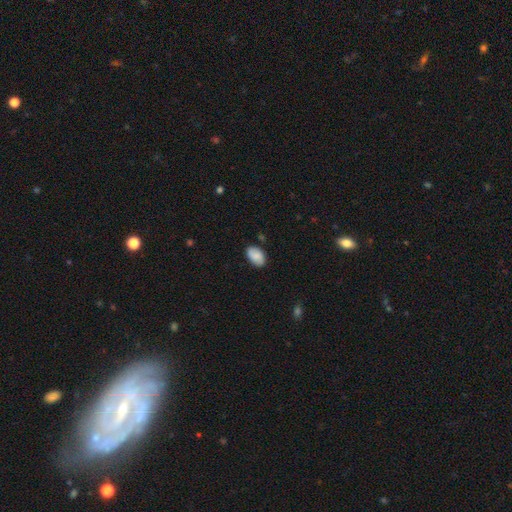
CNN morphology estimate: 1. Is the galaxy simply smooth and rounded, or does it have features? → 85% smooth, 9% featured or disk, 7% star or artifact.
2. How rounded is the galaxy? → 92% in between, 7% round, 1% cigar-shaped.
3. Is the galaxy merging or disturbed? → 81% none, 14% minor disturbance, 3% major disturbance, 2% merger.